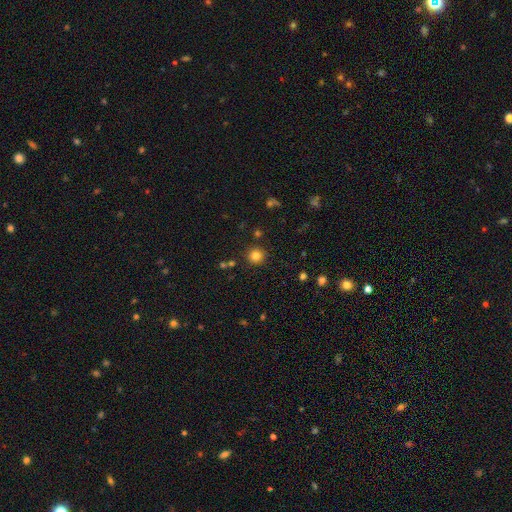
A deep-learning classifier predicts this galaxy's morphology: Q: Smooth or featured?
A: smooth (81%); runner-up: star or artifact (14%)
Q: How rounded?
A: round (93%); runner-up: in between (6%)
Q: Merging?
A: none (88%); runner-up: minor disturbance (7%)